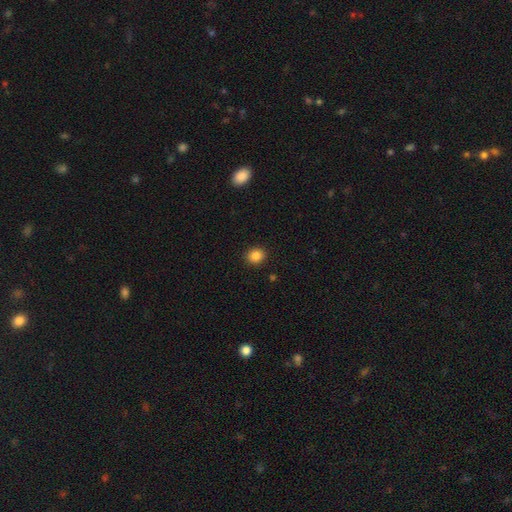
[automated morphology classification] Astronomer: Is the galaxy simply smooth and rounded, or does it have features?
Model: smooth — 86%.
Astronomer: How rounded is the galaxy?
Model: round — 77%.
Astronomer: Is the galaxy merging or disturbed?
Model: none — 91%.